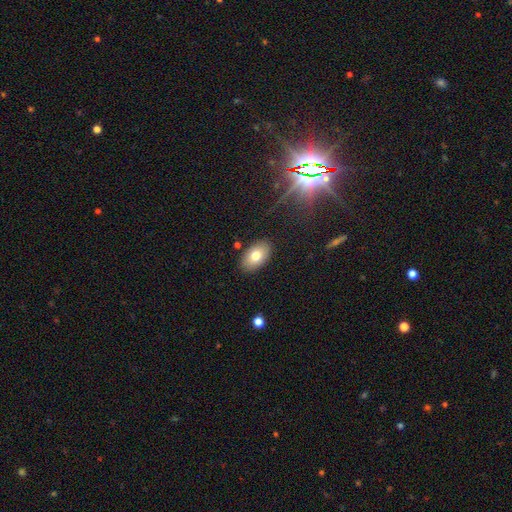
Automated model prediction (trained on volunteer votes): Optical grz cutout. It shows a smooth galaxy with no disk features (75%) that is in between round and cigar-shaped (91%). Merging: none (87%).